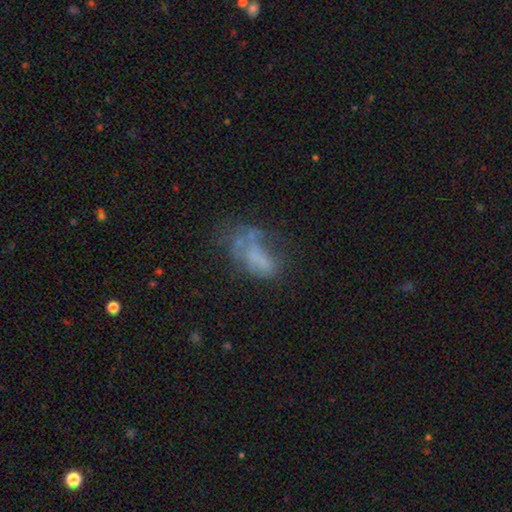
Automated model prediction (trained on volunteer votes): Overall: smooth (42%; featured or disk 40%). Merging: major disturbance (36%; none 31%).